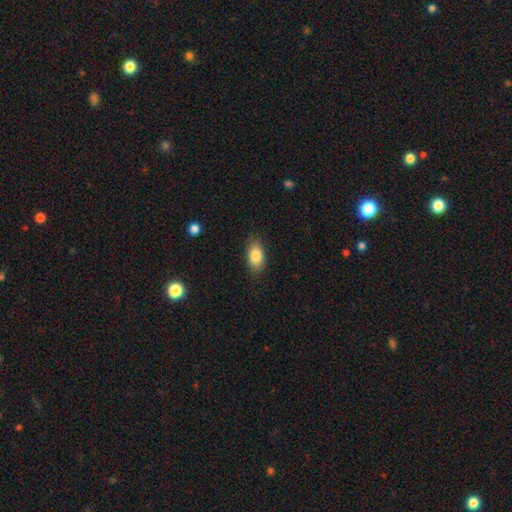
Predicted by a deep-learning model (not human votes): Q: Smooth or featured?
A: smooth (84%); runner-up: featured or disk (8%)
Q: How rounded?
A: in between (90%); runner-up: round (8%)
Q: Merging?
A: none (86%); runner-up: minor disturbance (10%)